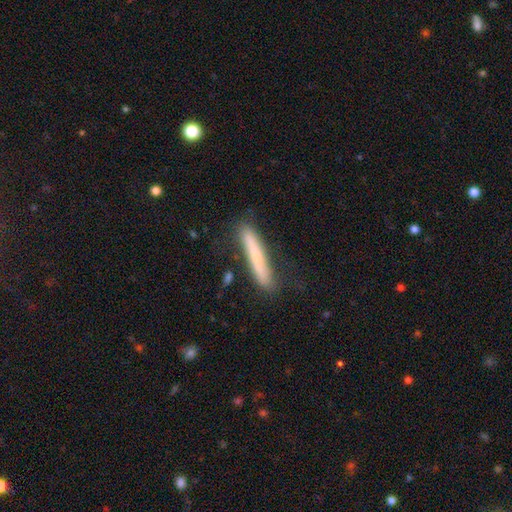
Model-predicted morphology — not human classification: Smooth or featured? Predicted: smooth (p=0.67). How rounded? Predicted: cigar-shaped (p=0.95). Merging? Predicted: none (p=0.80).